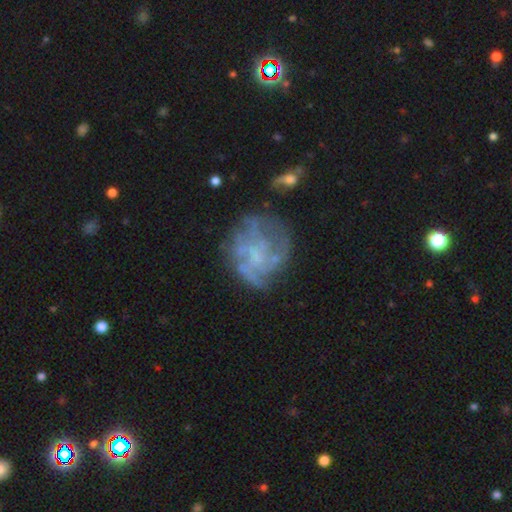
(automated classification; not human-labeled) Q: Smooth or featured?
A: featured or disk (70%); runner-up: smooth (19%)
Q: Edge-on disk?
A: no (98%); runner-up: yes (2%)
Q: Bar?
A: no (76%); runner-up: weak (19%)
Q: Spiral arms?
A: yes (58%); runner-up: no (42%)
Q: Bulge size?
A: none (63%); runner-up: small (19%)
Q: Merging?
A: none (57%); runner-up: minor disturbance (20%)